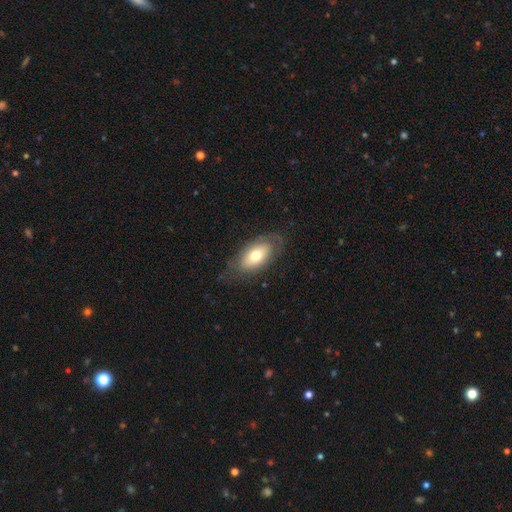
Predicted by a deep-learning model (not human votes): This appears to be a smooth galaxy with no disk features (65%) that is in between round and cigar-shaped (91%). Merging: none (75%).